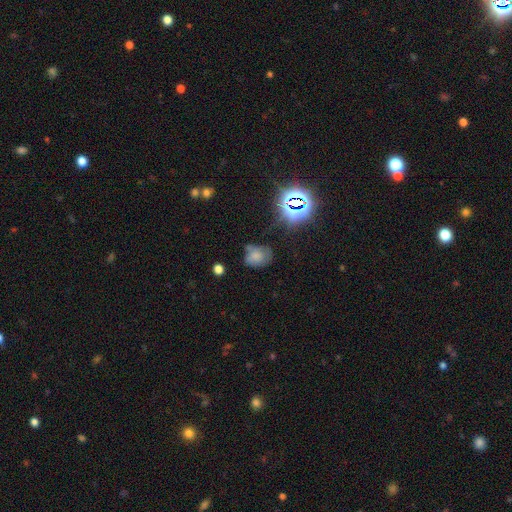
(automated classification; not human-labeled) Q: Smooth or featured?
A: smooth (60%); runner-up: featured or disk (20%)
Q: How rounded?
A: in between (56%); runner-up: round (43%)
Q: Merging?
A: none (48%); runner-up: minor disturbance (31%)